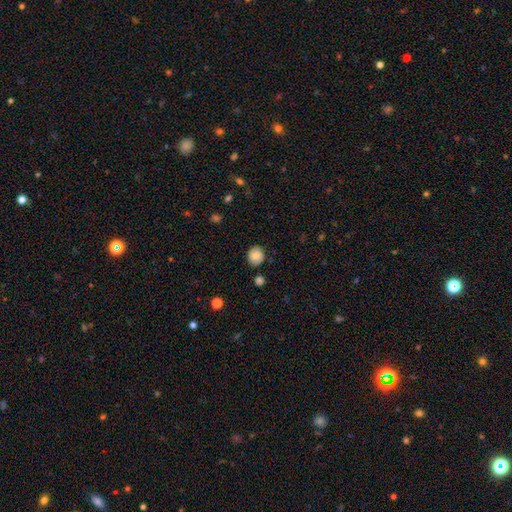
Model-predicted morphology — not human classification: A smooth galaxy with no disk features (79%) that is round (77%). Merging: none (82%).